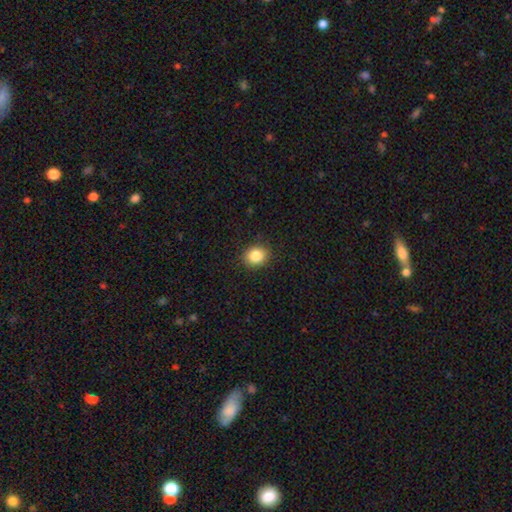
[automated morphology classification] A smooth galaxy with no disk features (85%) that is round (72%).

Vote fractions:
- Smooth or featured? smooth: 85% / star or artifact: 10% / featured or disk: 5%
- How rounded? round: 72% / in between: 27% / cigar-shaped: 1%
- Merging? none: 89% / minor disturbance: 8% / major disturbance: 2% / merger: 1%